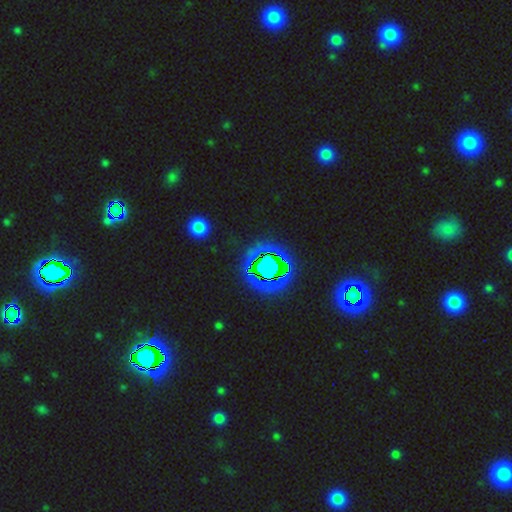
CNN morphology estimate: Smooth or featured? Predicted: star or artifact (p=0.78).